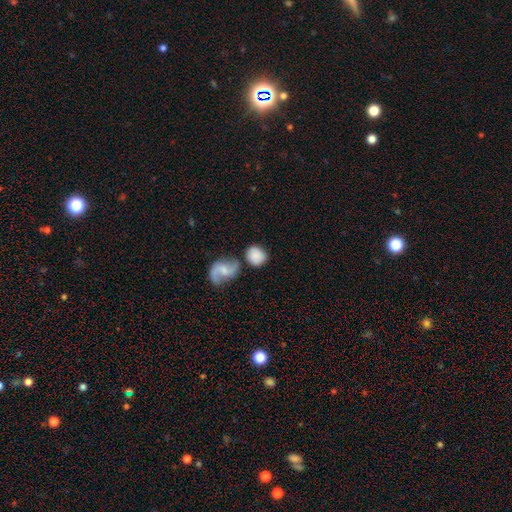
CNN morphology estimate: Overall: smooth (73%). How rounded: round (72%). Merging: none (58%; merger 21%).